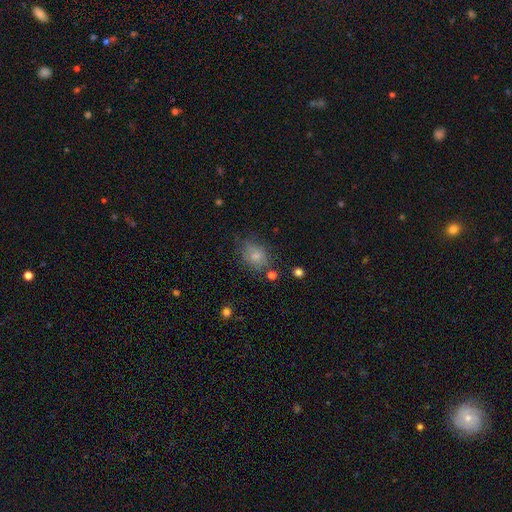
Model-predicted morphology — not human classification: smooth 76%, featured or disk 13%, star or artifact 11%. Down the decision tree: how rounded — in between (57%); merging — none (64%).